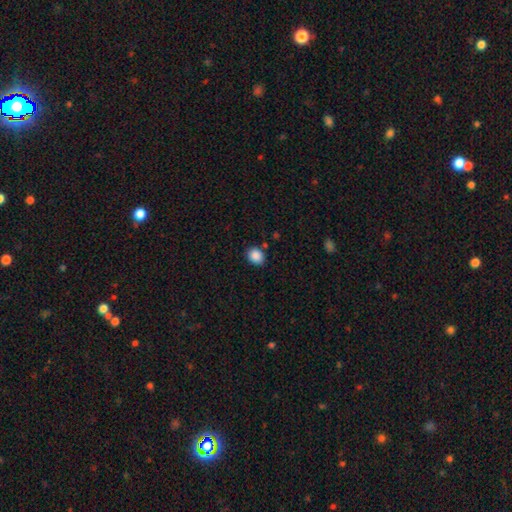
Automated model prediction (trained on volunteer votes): Overall: smooth (88%). How rounded: round (57%; in between 43%). Merging: none (83%).